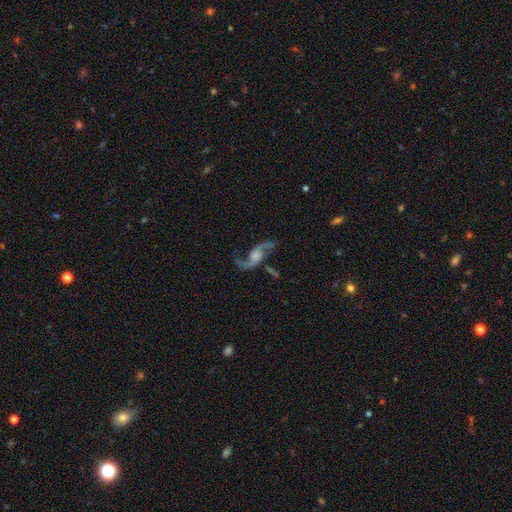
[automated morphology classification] type=featured or disk (88%); edge-on=no (95%); bar=no (59%); spiral arms=yes (96%); winding=loose (84%); arm count=2 (93%); bulge=moderate (28%); merging=none (70%).